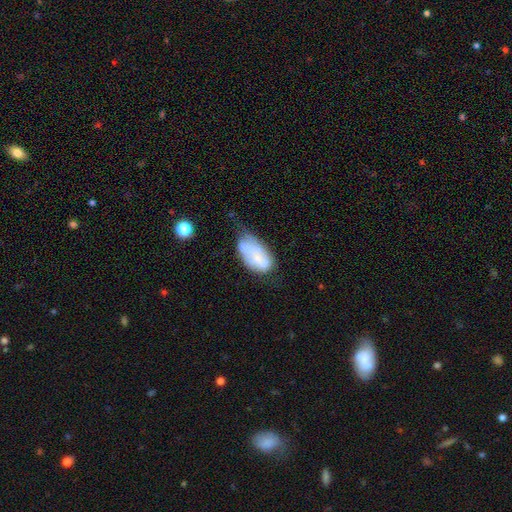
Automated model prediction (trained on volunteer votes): This appears to be a smooth galaxy with no disk features (48%). Merging: minor disturbance (40%).